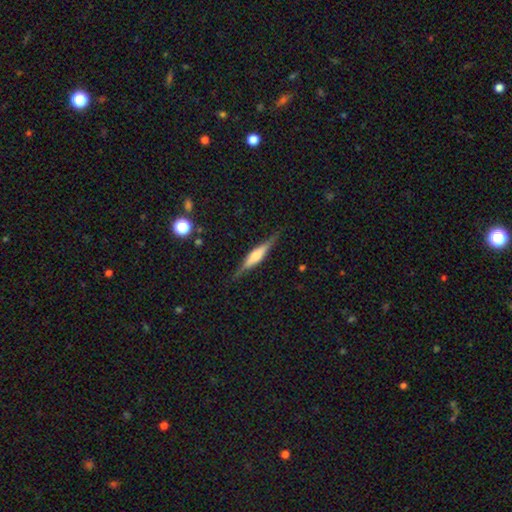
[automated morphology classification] type=featured or disk (67%); edge-on=yes (96%); edge-on bulge=rounded (61%); merging=none (86%).